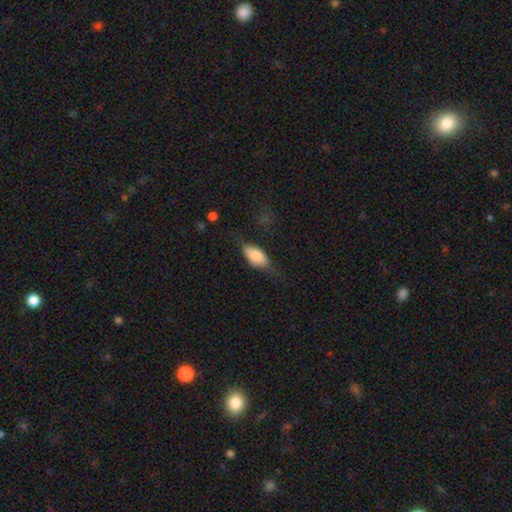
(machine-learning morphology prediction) smooth_or_featured: smooth (p=0.74) [alt: featured or disk p=0.20]
how_rounded: in between (p=0.87) [alt: cigar-shaped p=0.10]
merging: none (p=0.51) [alt: minor disturbance p=0.31]